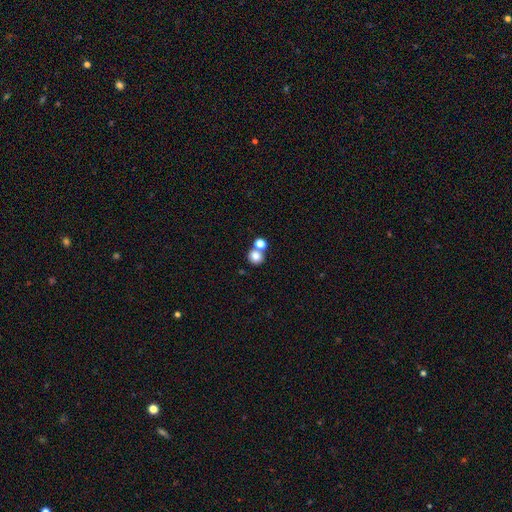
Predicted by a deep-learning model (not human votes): Smooth or featured? Predicted: smooth (p=0.81). How rounded? Predicted: round (p=0.84). Merging? Predicted: none (p=0.52).